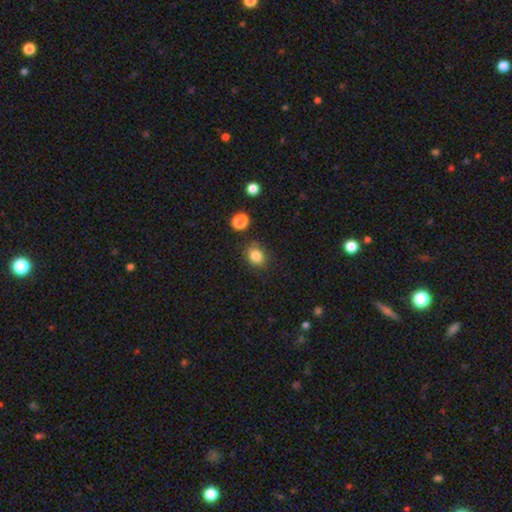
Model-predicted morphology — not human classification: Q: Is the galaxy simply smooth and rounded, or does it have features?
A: smooth — 84%.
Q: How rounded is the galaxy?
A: round — 63%.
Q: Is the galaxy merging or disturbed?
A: none — 79%.